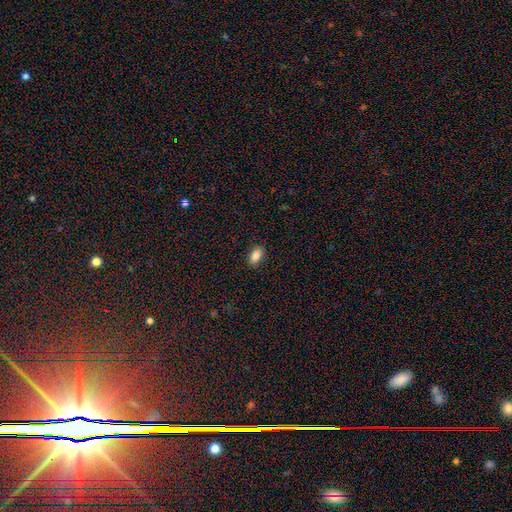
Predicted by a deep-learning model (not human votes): Q: Smooth or featured?
A: smooth (84%); runner-up: star or artifact (8%)
Q: How rounded?
A: in between (90%); runner-up: round (7%)
Q: Merging?
A: none (88%); runner-up: minor disturbance (9%)